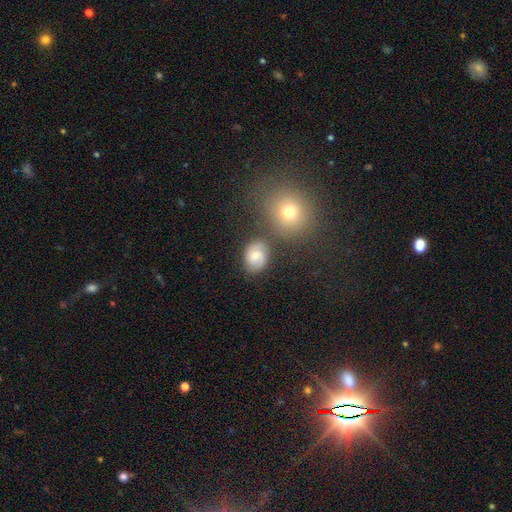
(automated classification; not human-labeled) This is possibly a featured or disk galaxy (46%). Merging: likely none (73%).